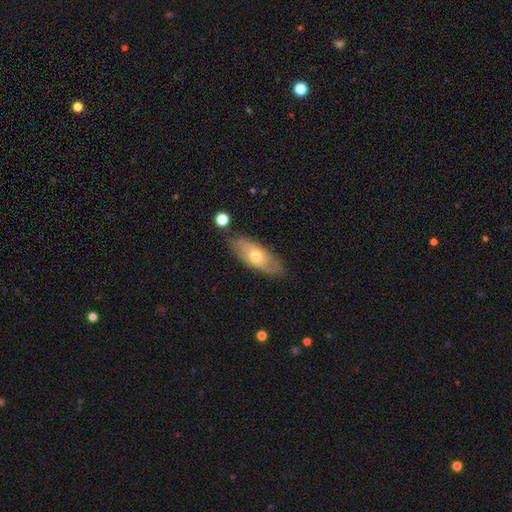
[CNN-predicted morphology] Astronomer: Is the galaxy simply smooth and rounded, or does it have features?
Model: smooth — 48% (runner-up: featured or disk, 45%).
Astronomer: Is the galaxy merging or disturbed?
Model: none — 80%.